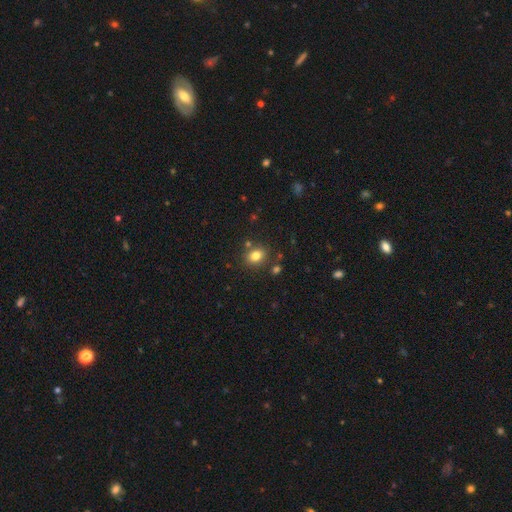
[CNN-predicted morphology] Smooth or featured? Predicted: smooth (p=0.81). How rounded? Predicted: in between (p=0.58). Merging? Predicted: none (p=0.80).